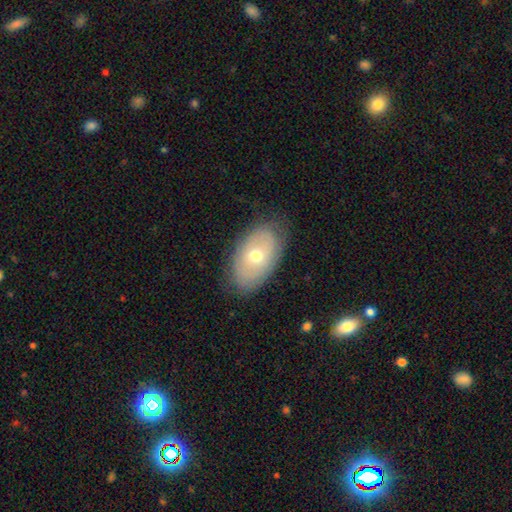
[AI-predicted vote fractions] The model was most divided on "smooth or featured": smooth: 55%, featured or disk: 37%, star or artifact: 8%. More confident: how rounded — in between (90%); merging — none (80%).